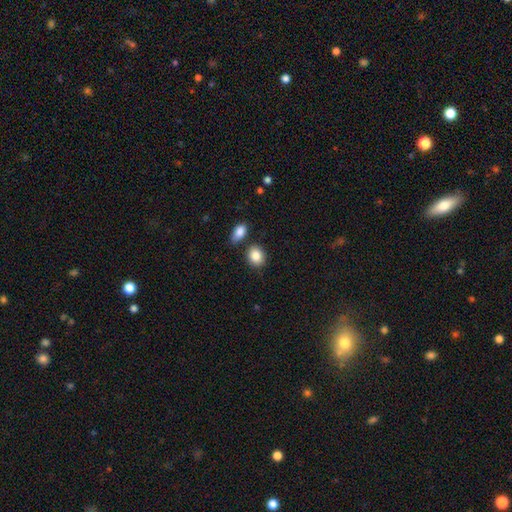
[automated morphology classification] Q: Smooth or featured?
A: smooth (86%); runner-up: star or artifact (8%)
Q: How rounded?
A: round (55%); runner-up: in between (43%)
Q: Merging?
A: none (74%); runner-up: minor disturbance (12%)